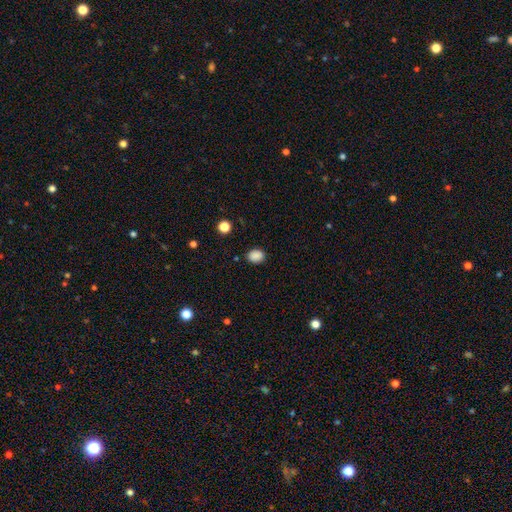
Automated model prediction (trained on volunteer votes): A smooth galaxy with no disk features (87%) that is in between round and cigar-shaped (55%).

Vote fractions:
- Smooth or featured? smooth: 87% / star or artifact: 10% / featured or disk: 3%
- How rounded? in between: 55% / round: 44% / cigar-shaped: 1%
- Merging? none: 86% / minor disturbance: 10% / major disturbance: 3% / merger: 2%